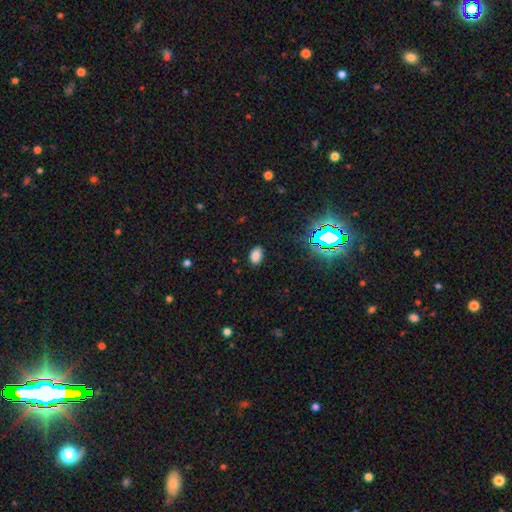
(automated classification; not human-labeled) smooth-or-featured: smooth: 79% | star or artifact: 17% | featured or disk: 5%
  how-rounded: in between: 88% | round: 10% | cigar-shaped: 1%
  merging: none: 87% | minor disturbance: 10% | major disturbance: 3% | merger: 1%